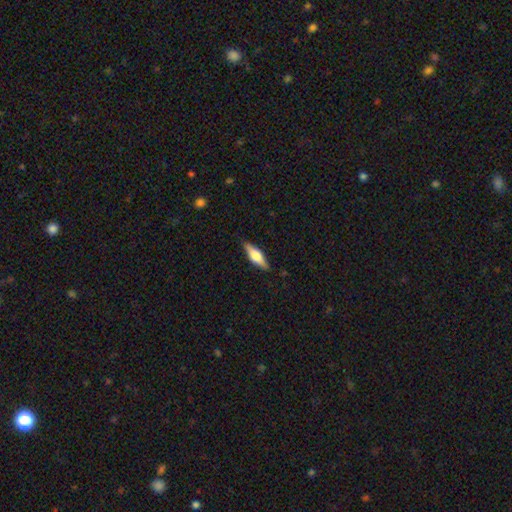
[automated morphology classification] Smooth or featured? featured or disk (47%, tied with smooth)
Merging? none (86%)